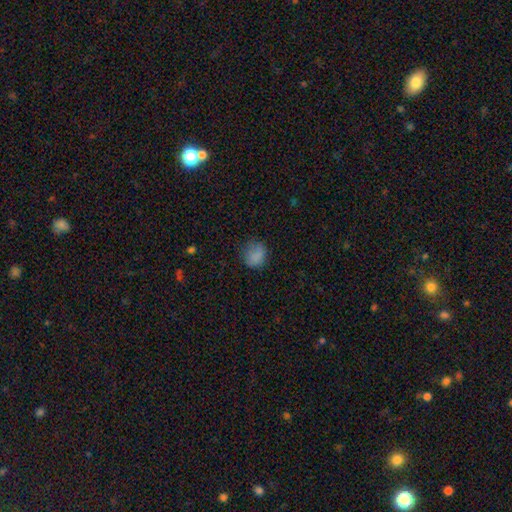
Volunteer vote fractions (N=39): Smooth or featured?
  - smooth: 79% *
  - featured or disk: 13%
  - star or artifact: 8%
How rounded?
  - round: 65% *
  - in between: 35%
  - cigar-shaped: 0%
Merging?
  - minor disturbance: 44% *
  - none: 39%
  - major disturbance: 17%
  - merger: 0%